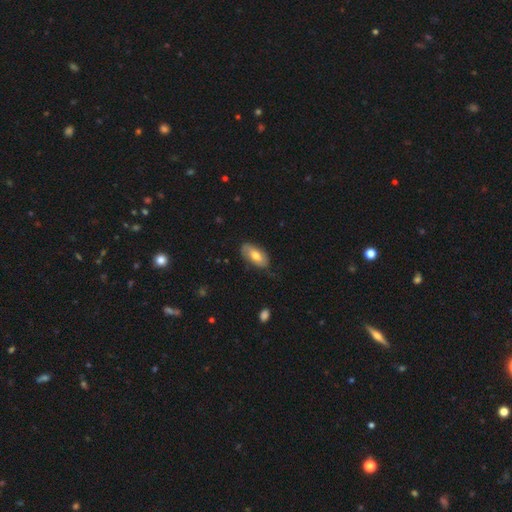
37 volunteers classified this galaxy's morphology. This is possibly a smooth galaxy (57%). How rounded: clearly in between (100%). Merging: likely none (75%).